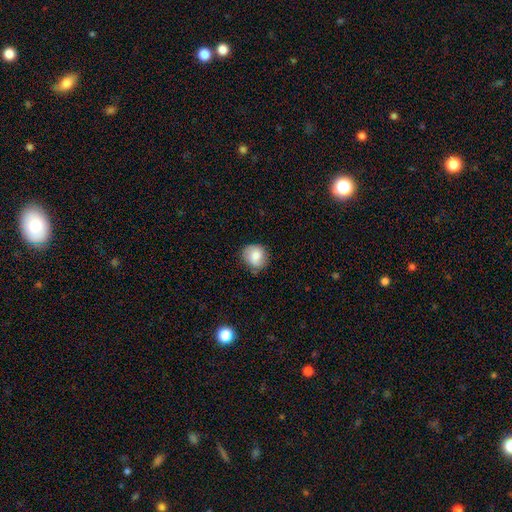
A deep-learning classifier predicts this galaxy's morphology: smooth_or_featured: smooth (p=0.81) [alt: featured or disk p=0.11]
how_rounded: round (p=0.80) [alt: in between p=0.19]
merging: none (p=0.70) [alt: minor disturbance p=0.24]